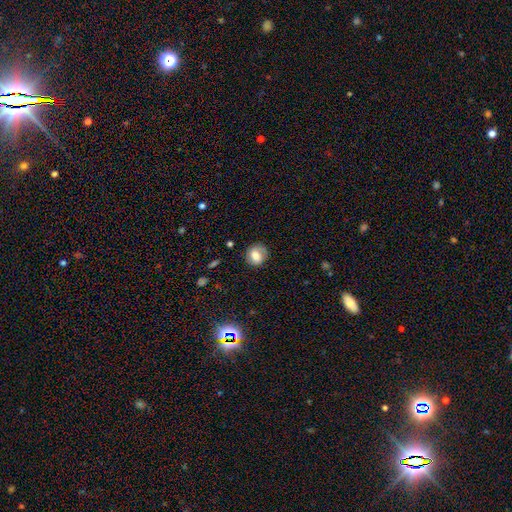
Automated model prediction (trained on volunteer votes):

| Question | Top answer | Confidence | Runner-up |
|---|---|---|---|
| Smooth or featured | smooth | 68% | featured or disk (22%) |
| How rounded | round | 70% | in between (29%) |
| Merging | none | 74% | minor disturbance (18%) |